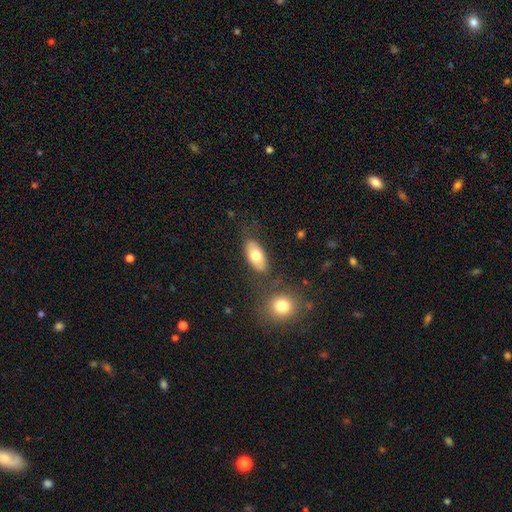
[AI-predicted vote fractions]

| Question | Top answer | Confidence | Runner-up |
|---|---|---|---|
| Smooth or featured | smooth | 73% | featured or disk (21%) |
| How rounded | in between | 91% | cigar-shaped (5%) |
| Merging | none | 75% | minor disturbance (13%) |